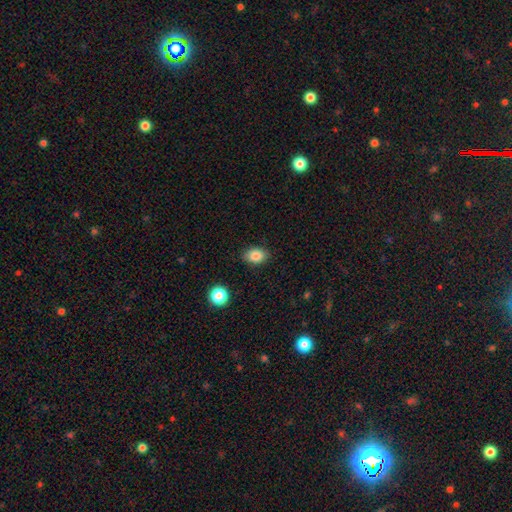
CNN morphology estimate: smooth 85%, star or artifact 9%, featured or disk 6%. Down the decision tree: how rounded — in between (78%); merging — none (86%).